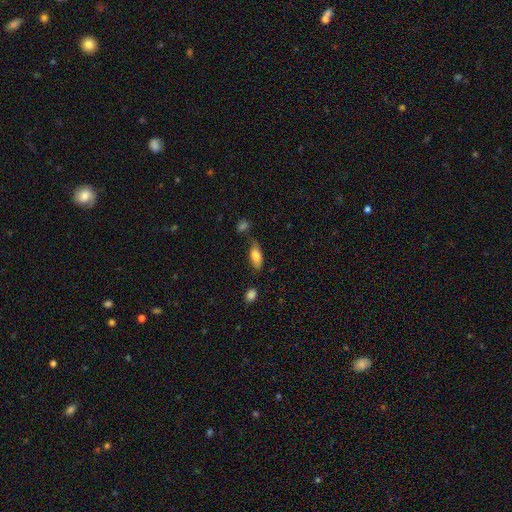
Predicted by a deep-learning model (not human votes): Smooth or featured?
  - smooth: 79% *
  - featured or disk: 14%
  - star or artifact: 7%
How rounded?
  - in between: 82% *
  - cigar-shaped: 15%
  - round: 2%
Merging?
  - none: 63% *
  - minor disturbance: 23%
  - merger: 8%
  - major disturbance: 6%